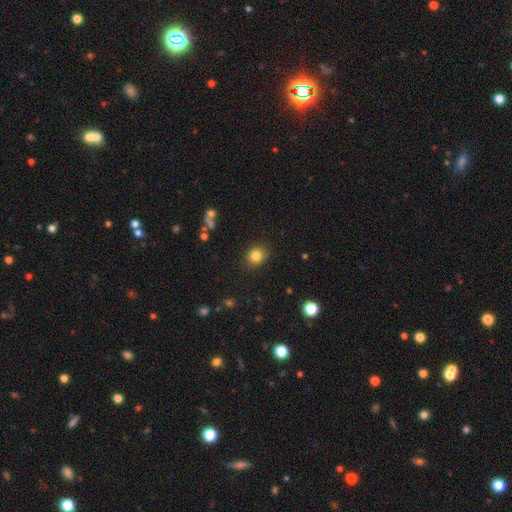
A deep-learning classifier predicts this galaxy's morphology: A smooth galaxy with no disk features (82%) that is round (69%). Merging: none (88%).